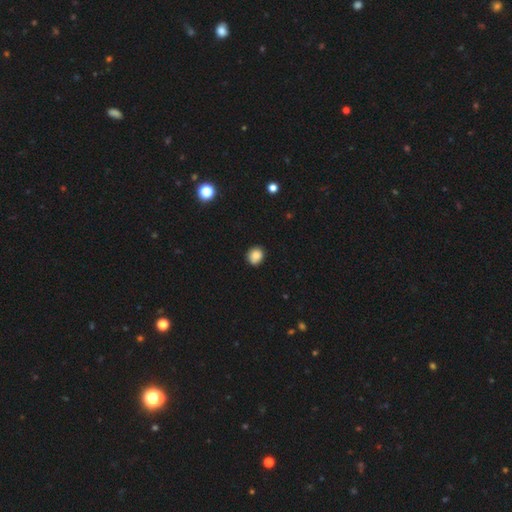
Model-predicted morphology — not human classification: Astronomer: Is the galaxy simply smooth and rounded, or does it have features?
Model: smooth — 86%.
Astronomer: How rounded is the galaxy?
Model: round — 77%.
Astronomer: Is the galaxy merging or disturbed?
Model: none — 82%.